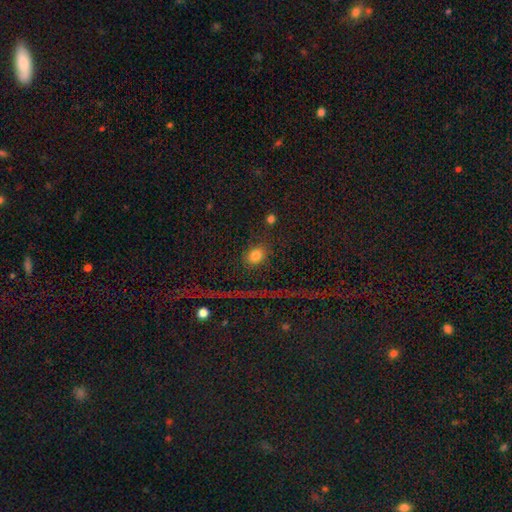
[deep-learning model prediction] A smooth galaxy with no disk features (78%) that is in between round and cigar-shaped (56%). Merging: none (83%).